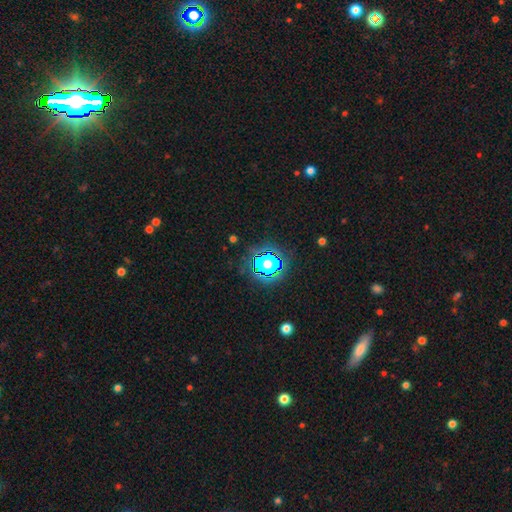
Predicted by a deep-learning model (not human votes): Q: Smooth or featured?
A: star or artifact (79%); runner-up: smooth (13%)